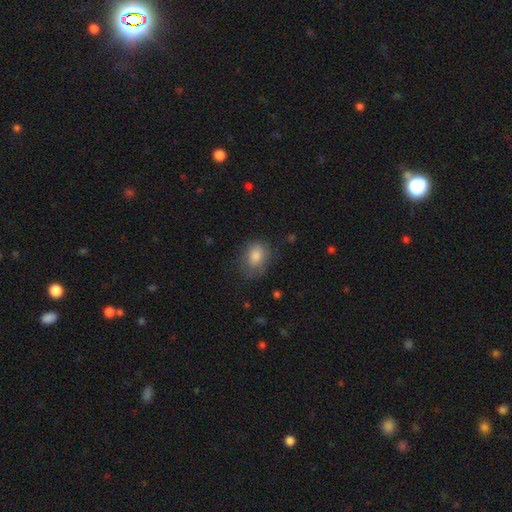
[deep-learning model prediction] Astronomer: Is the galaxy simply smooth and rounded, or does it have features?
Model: smooth — 79%.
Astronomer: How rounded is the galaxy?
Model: in between — 64%.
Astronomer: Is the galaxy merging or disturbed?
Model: none — 66%.